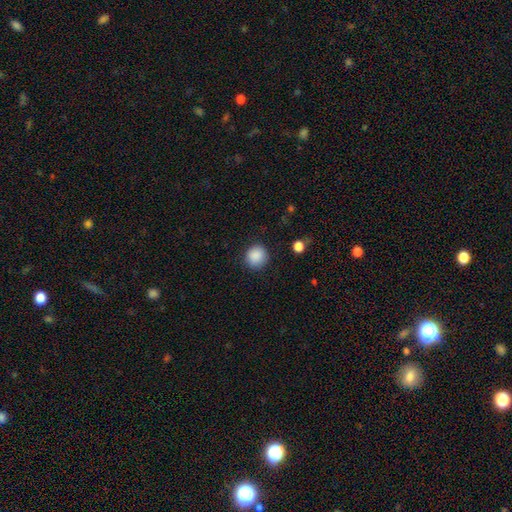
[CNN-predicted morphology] Smooth or featured? Predicted: smooth (p=0.88). How rounded? Predicted: round (p=0.89). Merging? Predicted: none (p=0.88).